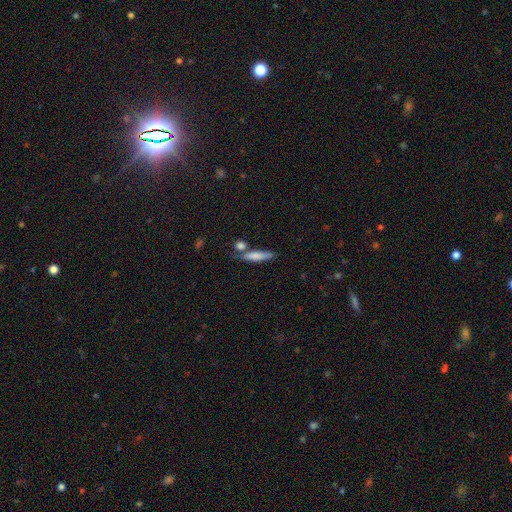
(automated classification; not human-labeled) smooth_or_featured: smooth (p=0.75) [alt: featured or disk p=0.18]
how_rounded: cigar-shaped (p=0.78) [alt: in between p=0.19]
merging: none (p=0.63) [alt: merger p=0.16]